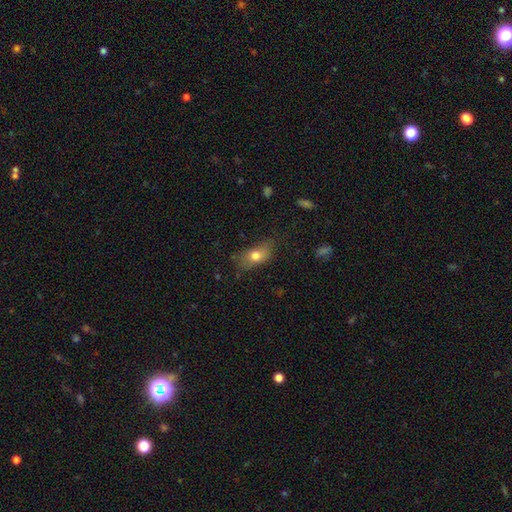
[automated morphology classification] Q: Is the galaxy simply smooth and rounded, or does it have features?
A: smooth — 75%.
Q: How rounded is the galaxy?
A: in between — 81%.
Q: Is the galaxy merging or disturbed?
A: none — 60%.